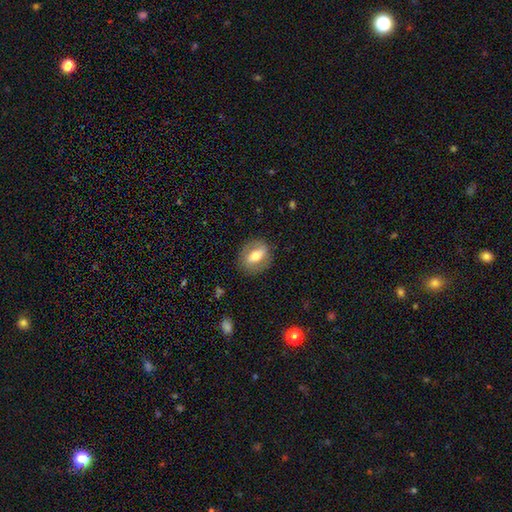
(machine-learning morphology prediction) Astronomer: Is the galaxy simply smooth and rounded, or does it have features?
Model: smooth — 50% (runner-up: featured or disk, 43%).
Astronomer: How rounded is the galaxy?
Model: in between — 58% (runner-up: round, 38%).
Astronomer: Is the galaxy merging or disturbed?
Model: none — 81%.